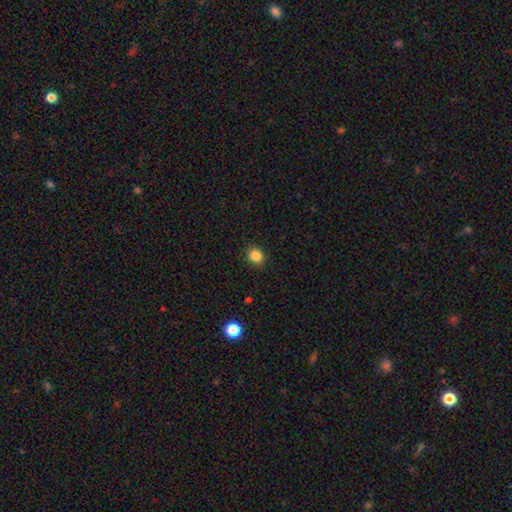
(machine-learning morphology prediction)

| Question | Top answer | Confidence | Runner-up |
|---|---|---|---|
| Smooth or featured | smooth | 85% | star or artifact (11%) |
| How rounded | round | 68% | in between (31%) |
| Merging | none | 90% | minor disturbance (7%) |